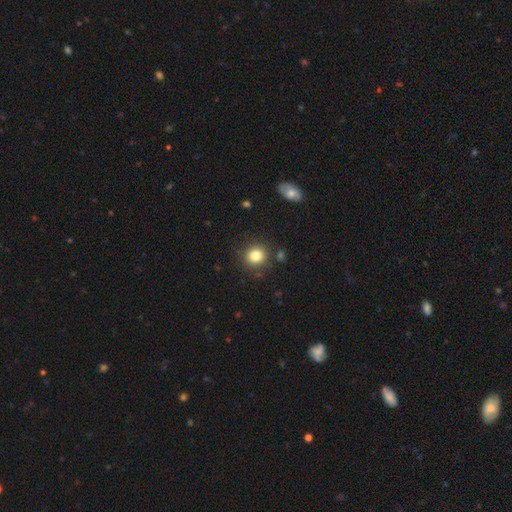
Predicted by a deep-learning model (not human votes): Smooth or featured?
  - smooth: 82% *
  - star or artifact: 11%
  - featured or disk: 6%
How rounded?
  - round: 87% *
  - in between: 12%
  - cigar-shaped: 1%
Merging?
  - none: 87% *
  - minor disturbance: 8%
  - merger: 3%
  - major disturbance: 3%